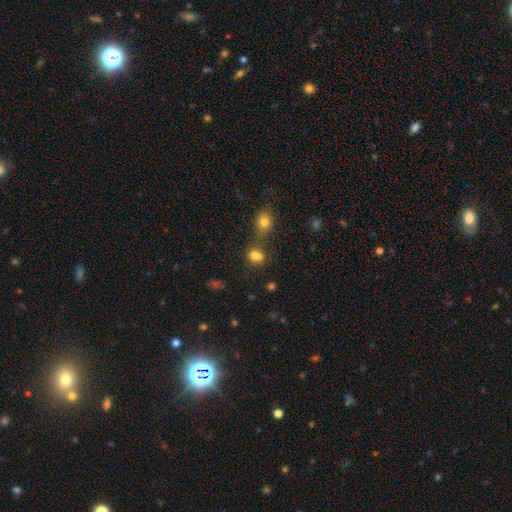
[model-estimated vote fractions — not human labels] This appears to be a smooth galaxy with no disk features (76%) that is round (59%). Merging: merger (42%).